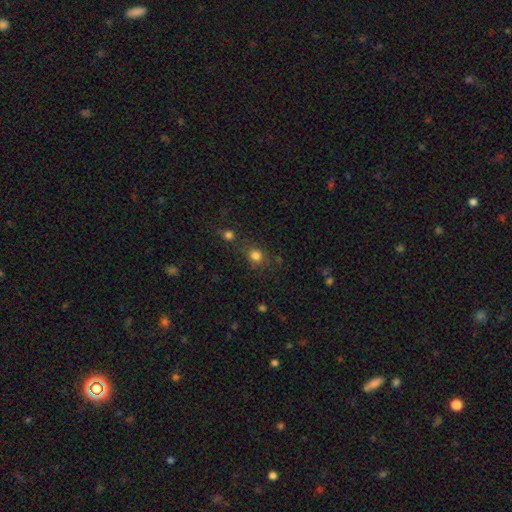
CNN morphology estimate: Q: Smooth or featured?
A: smooth (78%); runner-up: star or artifact (15%)
Q: How rounded?
A: round (83%); runner-up: in between (16%)
Q: Merging?
A: none (61%); runner-up: merger (22%)